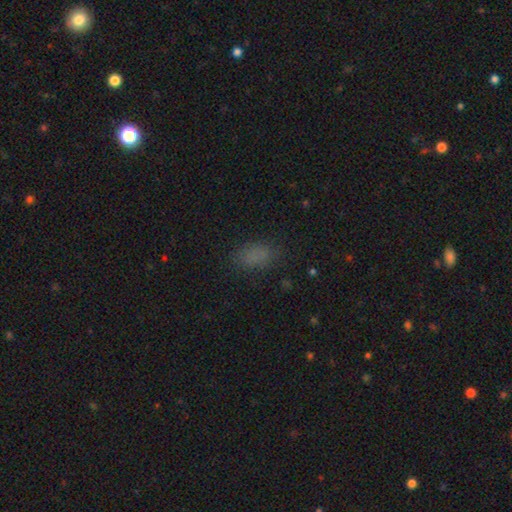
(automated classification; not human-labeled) This appears to be a smooth galaxy with no disk features (78%) that is in between round and cigar-shaped (88%). Merging: none (78%).